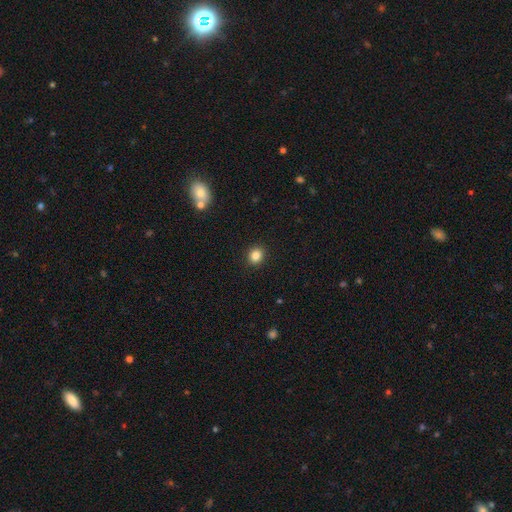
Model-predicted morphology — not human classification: This appears to be a smooth galaxy with no disk features (85%) that is round (78%). Merging: none (92%).